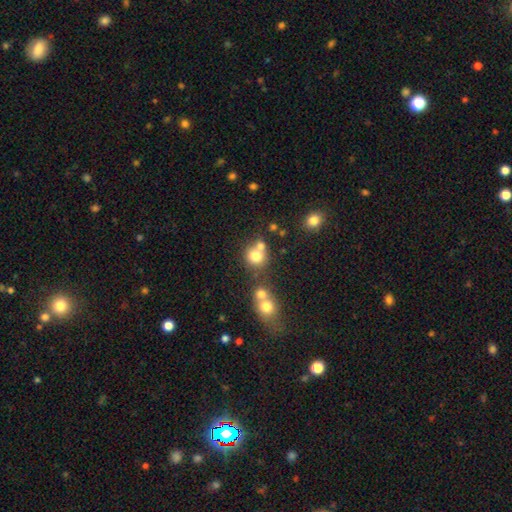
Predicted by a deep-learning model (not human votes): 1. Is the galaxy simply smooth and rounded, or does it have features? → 75% smooth, 13% star or artifact, 12% featured or disk.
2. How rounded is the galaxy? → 86% round, 13% in between, 1% cigar-shaped.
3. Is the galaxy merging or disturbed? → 50% none, 37% merger, 9% minor disturbance, 4% major disturbance.